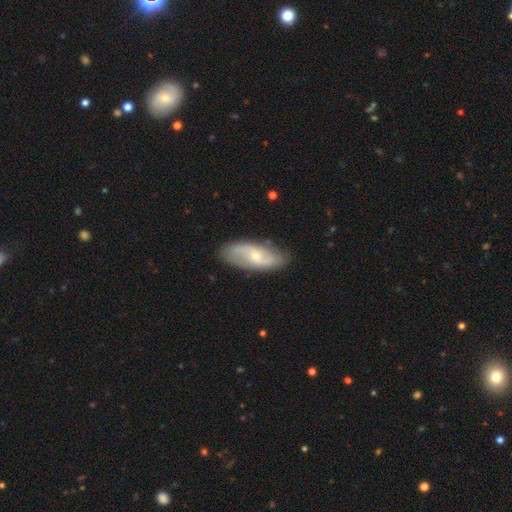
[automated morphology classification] This is likely a featured or disk galaxy (68%). It is clearly not viewed edge-on (92%). Bar: possibly no (53%). Spiral arm pattern: clearly yes (86%). Spiral arm count: clearly 2 (81%). Spiral winding: marginally loose (45%). Central bulge: likely small (67%). Merging: clearly none (81%).